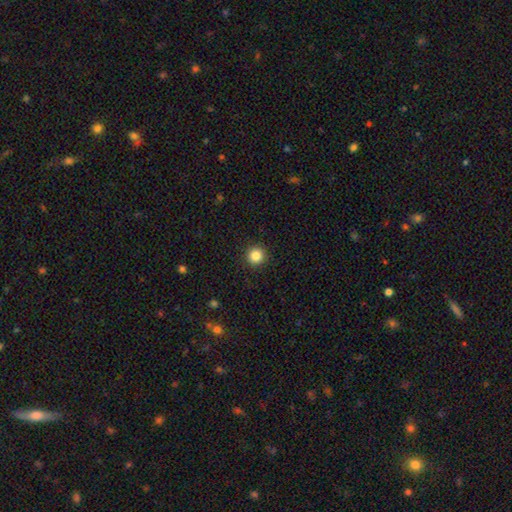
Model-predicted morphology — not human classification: A smooth galaxy with no disk features (85%) that is round (96%). Merging: none (93%).